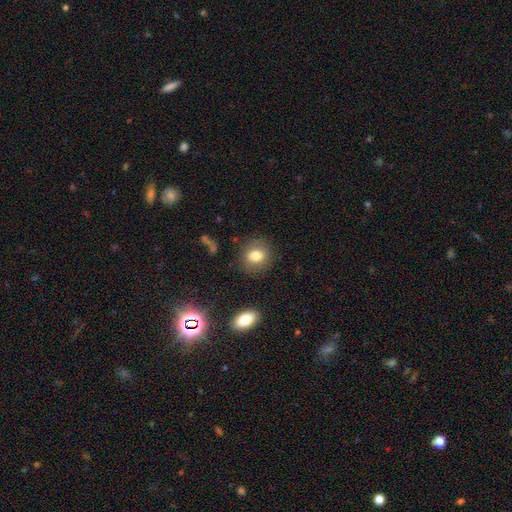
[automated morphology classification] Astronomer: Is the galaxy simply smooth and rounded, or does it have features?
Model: smooth — 78%.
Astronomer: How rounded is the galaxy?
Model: round — 68%.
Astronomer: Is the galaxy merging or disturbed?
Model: none — 83%.